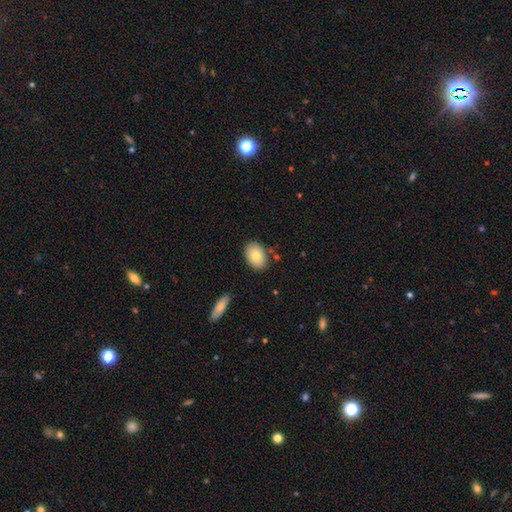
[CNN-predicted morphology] type=smooth (78%); roundness=in between (85%); merging=none (82%).